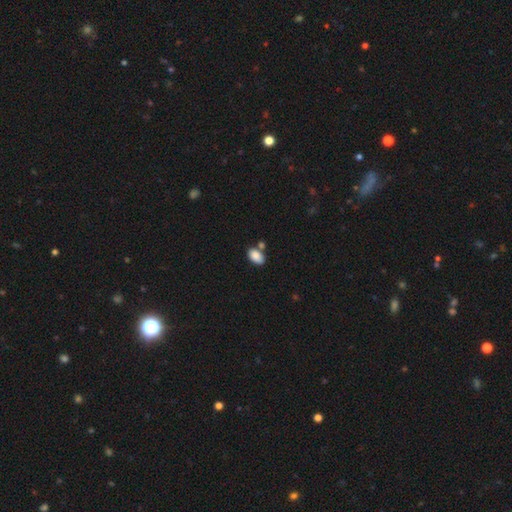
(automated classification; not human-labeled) smooth-or-featured: smooth: 87% | star or artifact: 8% | featured or disk: 5%
  how-rounded: in between: 91% | round: 7% | cigar-shaped: 1%
  merging: none: 61% | merger: 22% | minor disturbance: 14% | major disturbance: 4%